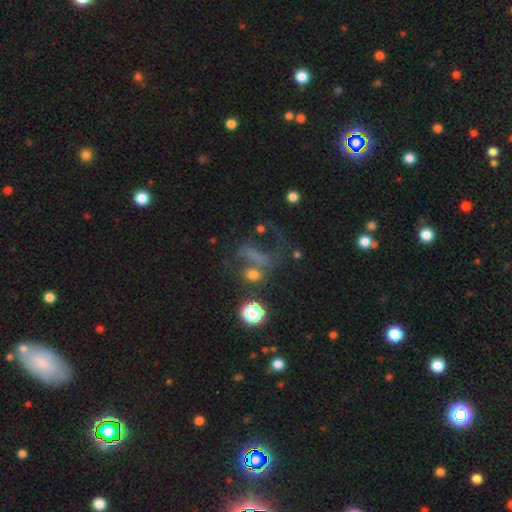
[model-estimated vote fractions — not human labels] A smooth galaxy with no disk features (36%). Merging: none (36%).